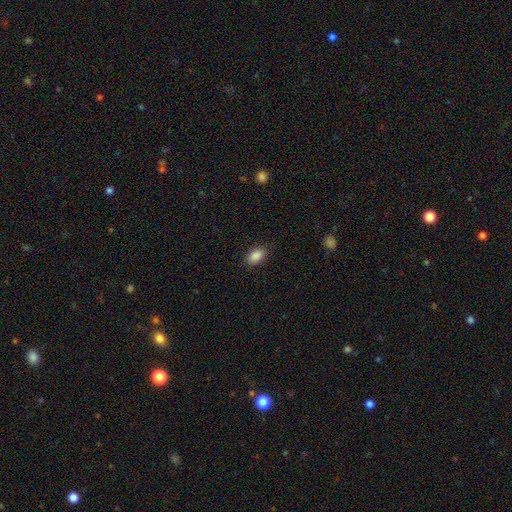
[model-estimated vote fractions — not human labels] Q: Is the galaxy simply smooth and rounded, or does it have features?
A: smooth — 89%.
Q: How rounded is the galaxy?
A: in between — 89%.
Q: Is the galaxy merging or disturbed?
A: none — 86%.